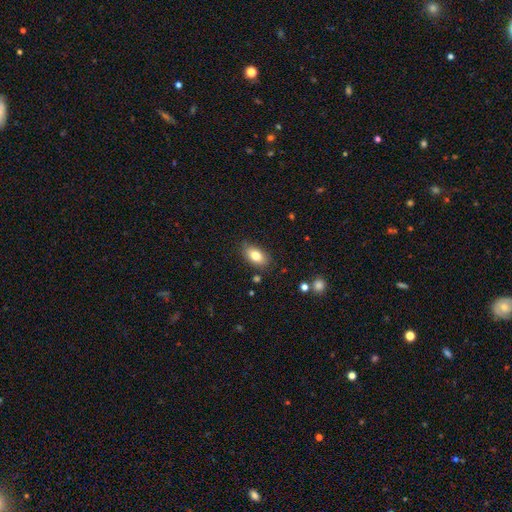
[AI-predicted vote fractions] A smooth galaxy with no disk features (81%) that is in between round and cigar-shaped (90%).

Vote fractions:
- Smooth or featured? smooth: 81% / featured or disk: 11% / star or artifact: 8%
- How rounded? in between: 90% / round: 6% / cigar-shaped: 3%
- Merging? none: 83% / minor disturbance: 13% / major disturbance: 3% / merger: 2%